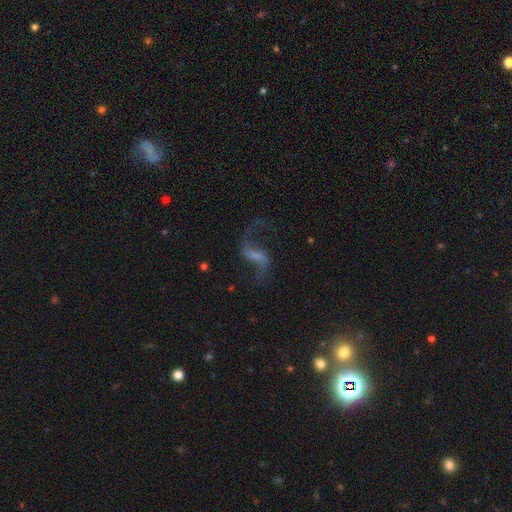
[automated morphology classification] A featured or disk galaxy (84%) with a weak bar (46%), 2 (92%) loose (85%) spiral arms (96%) and a small central bulge (39%). Merging: none (75%).